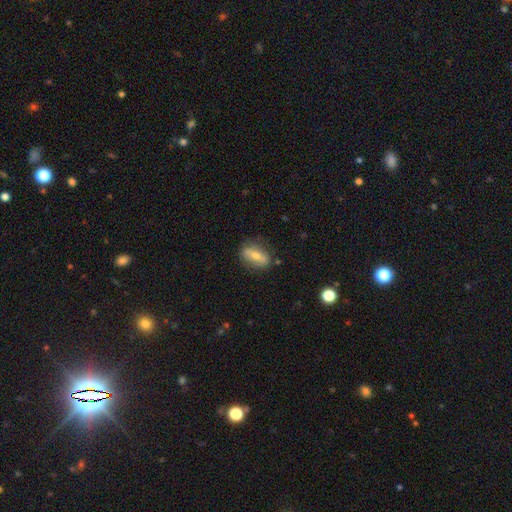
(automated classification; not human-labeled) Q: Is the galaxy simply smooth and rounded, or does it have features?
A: smooth — 60%.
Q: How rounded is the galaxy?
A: in between — 81%.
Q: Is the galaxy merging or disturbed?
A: none — 76%.